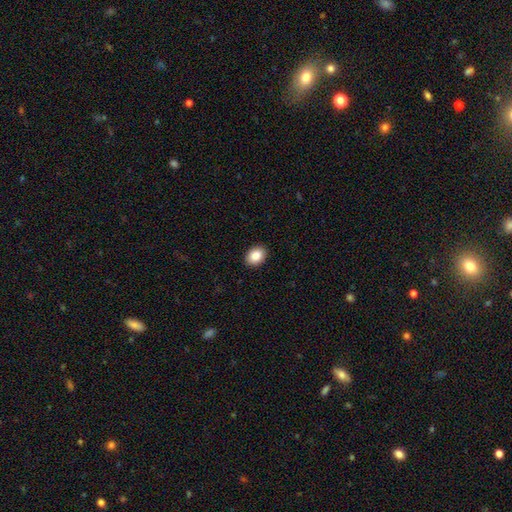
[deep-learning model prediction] Smooth or featured?
  - smooth: 88% *
  - star or artifact: 8%
  - featured or disk: 4%
How rounded?
  - in between: 69% *
  - round: 30%
  - cigar-shaped: 1%
Merging?
  - none: 91% *
  - minor disturbance: 6%
  - major disturbance: 2%
  - merger: 1%